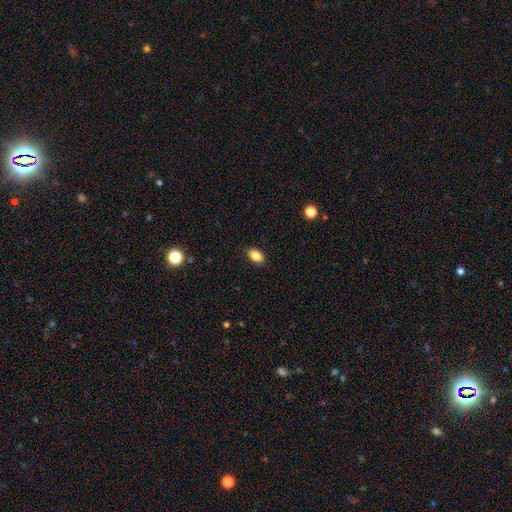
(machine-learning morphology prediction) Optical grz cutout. It shows a smooth galaxy with no disk features (85%) that is in between round and cigar-shaped (86%). Merging: none (89%).